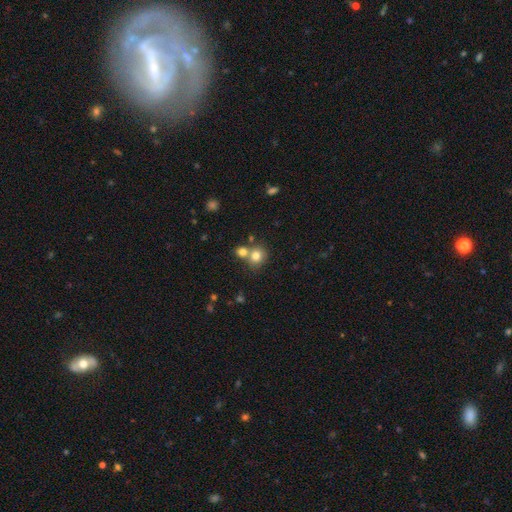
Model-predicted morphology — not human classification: A smooth galaxy with no disk features (78%) that is round (82%).

Vote fractions:
- Smooth or featured? smooth: 78% / star or artifact: 12% / featured or disk: 10%
- How rounded? round: 82% / in between: 17% / cigar-shaped: 1%
- Merging? none: 52% / merger: 37% / minor disturbance: 8% / major disturbance: 3%